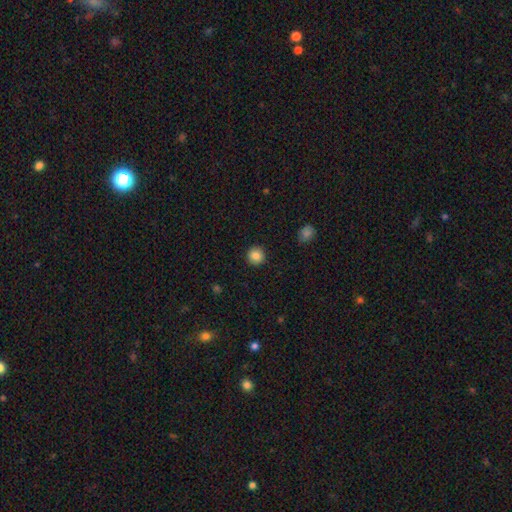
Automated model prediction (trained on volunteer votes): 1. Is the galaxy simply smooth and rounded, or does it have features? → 85% smooth, 9% star or artifact, 6% featured or disk.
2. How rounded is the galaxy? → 94% round, 5% in between, 1% cigar-shaped.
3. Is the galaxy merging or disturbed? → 92% none, 5% minor disturbance, 2% major disturbance, 1% merger.